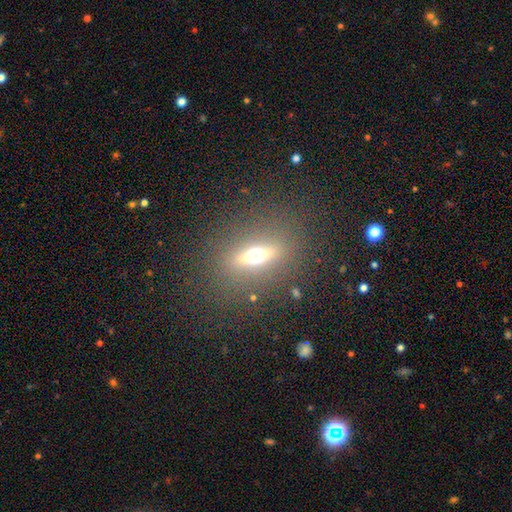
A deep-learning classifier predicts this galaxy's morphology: smooth-or-featured: featured or disk: 47% | smooth: 35% | star or artifact: 18%
  merging: none: 84% | minor disturbance: 8% | major disturbance: 6% | merger: 2%